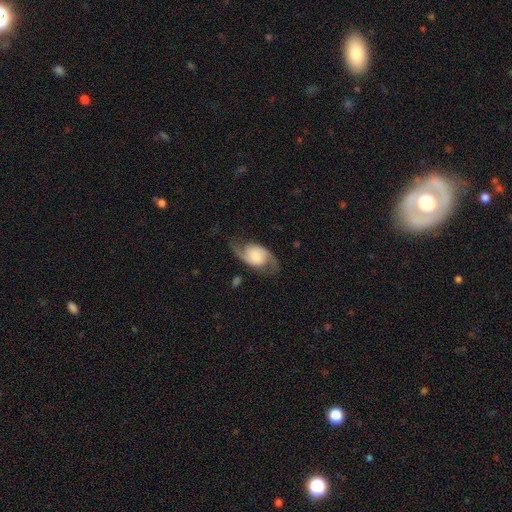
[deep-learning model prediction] A featured or disk galaxy (80%) with no bar (56%), 2 (92%) medium (45%) spiral arms (95%) and a moderate central bulge (40%).

Vote fractions:
- Smooth or featured? featured or disk: 80% / smooth: 14% / star or artifact: 6%
- Edge-on disk? no: 96% / yes: 4%
- Bar? no: 56% / weak: 35% / strong: 9%
- Spiral arms? yes: 95% / no: 5%
- Spiral winding? medium: 45% / loose: 42% / tight: 14%
- Spiral arm count? 2: 92% / can't tell: 3% / 1: 2% / 3: 1% / 4: 1% / more than 4: 1%
- Bulge size? moderate: 40% / small: 30% / large: 18% / none: 7% / dominant: 4%
- Merging? none: 72% / minor disturbance: 18% / major disturbance: 9% / merger: 1%